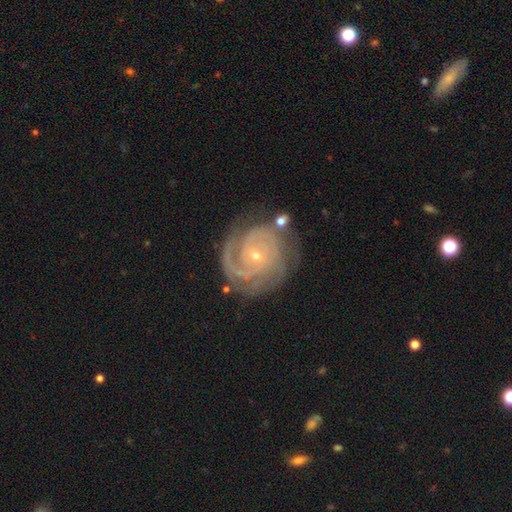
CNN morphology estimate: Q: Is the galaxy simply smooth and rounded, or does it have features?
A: featured or disk — 91%.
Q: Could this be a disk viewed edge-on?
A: no — 98%.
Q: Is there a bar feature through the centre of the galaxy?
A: no — 72%.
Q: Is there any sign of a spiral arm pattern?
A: yes — 98%.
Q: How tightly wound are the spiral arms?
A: tight — 76%.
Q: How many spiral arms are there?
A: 2 — 34%.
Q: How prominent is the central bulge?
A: small — 78%.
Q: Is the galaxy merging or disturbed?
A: none — 72%.